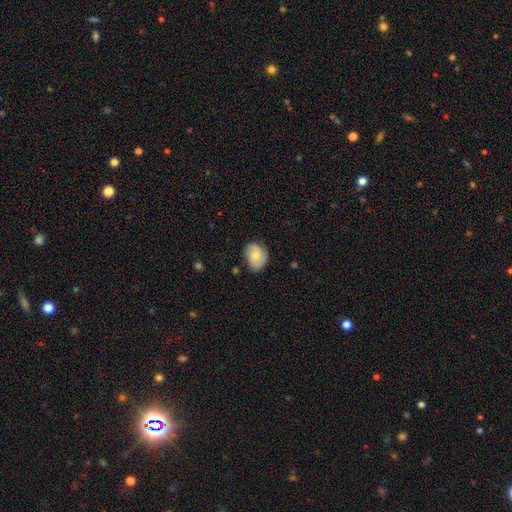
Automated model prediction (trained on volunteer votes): This is likely a smooth galaxy (63%). How rounded: likely in between (61%). Merging: likely none (71%).